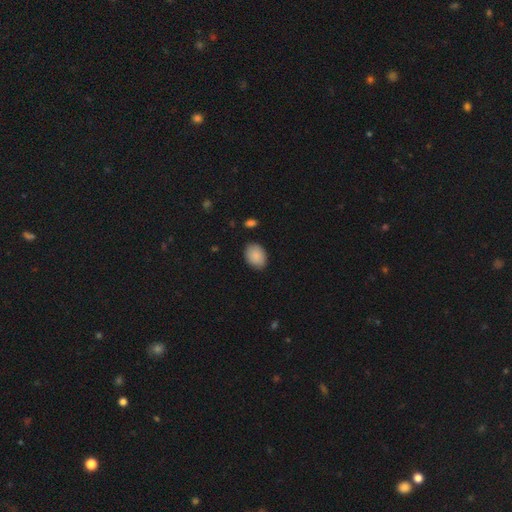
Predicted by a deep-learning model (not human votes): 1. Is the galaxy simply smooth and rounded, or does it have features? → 89% smooth, 7% star or artifact, 4% featured or disk.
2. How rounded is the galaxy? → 74% in between, 24% round, 1% cigar-shaped.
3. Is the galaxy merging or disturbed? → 86% none, 10% minor disturbance, 2% major disturbance, 1% merger.